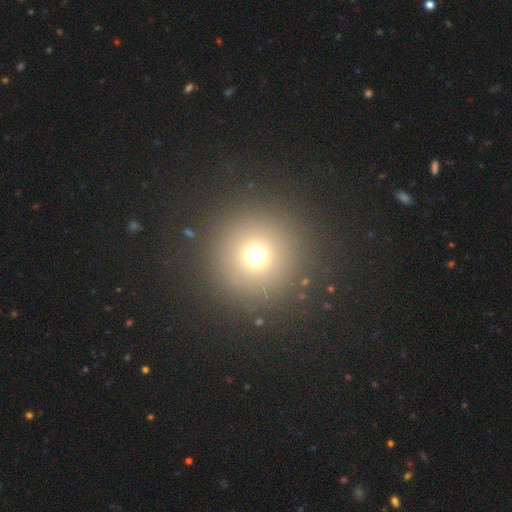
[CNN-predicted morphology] Smooth or featured: smooth — 71% (star or artifact — 20%)
How rounded: round — 96% (in between — 3%)
Merging: none — 89% (minor disturbance — 5%)